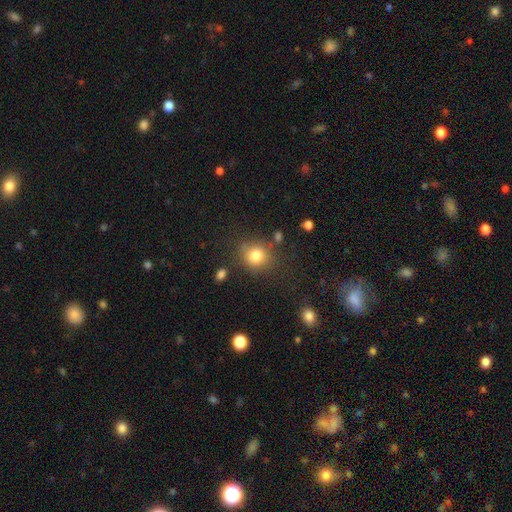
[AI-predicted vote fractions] smooth_or_featured: smooth (p=0.81) [alt: star or artifact p=0.11]
how_rounded: round (p=0.81) [alt: in between p=0.18]
merging: none (p=0.77) [alt: minor disturbance p=0.13]